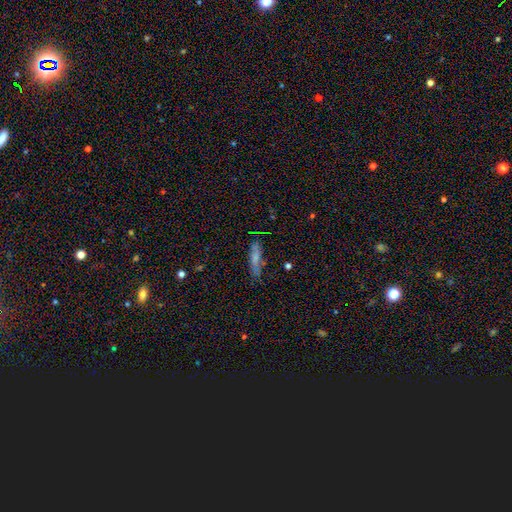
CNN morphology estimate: Smooth or featured?
  - smooth: 44% *
  - featured or disk: 39%
  - star or artifact: 17%
Merging?
  - none: 72% *
  - minor disturbance: 19%
  - major disturbance: 6%
  - merger: 3%